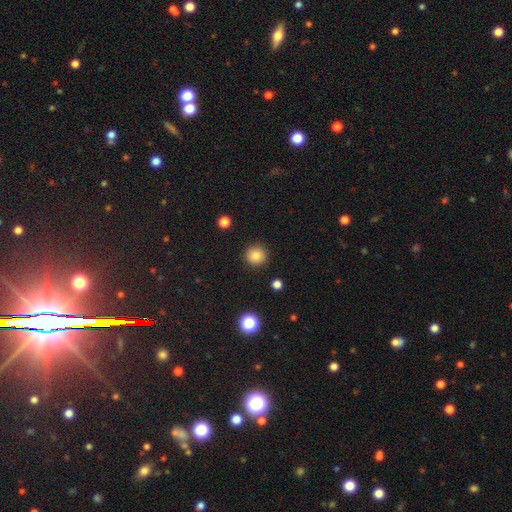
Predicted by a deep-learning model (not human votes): smooth_or_featured: smooth (p=0.85) [alt: star or artifact p=0.11]
how_rounded: round (p=0.94) [alt: in between p=0.05]
merging: none (p=0.91) [alt: minor disturbance p=0.05]